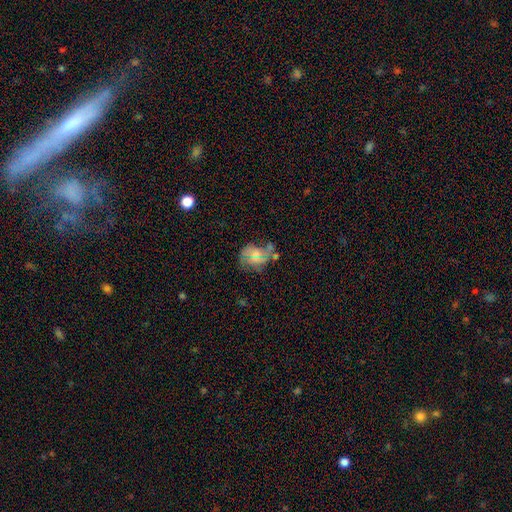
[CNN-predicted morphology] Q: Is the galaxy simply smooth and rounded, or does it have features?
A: featured or disk — 60%.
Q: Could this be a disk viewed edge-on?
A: no — 98%.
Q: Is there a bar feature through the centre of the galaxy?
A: no — 66%.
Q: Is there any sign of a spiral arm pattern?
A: yes — 77%.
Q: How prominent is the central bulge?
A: small — 46%.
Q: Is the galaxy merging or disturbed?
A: none — 36%.